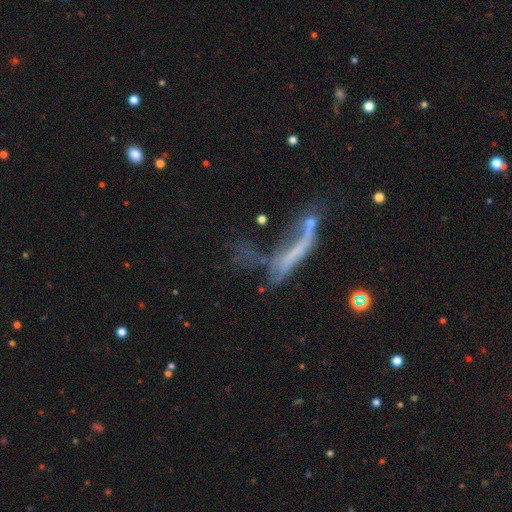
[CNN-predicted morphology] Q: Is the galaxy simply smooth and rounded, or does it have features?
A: featured or disk — 46%.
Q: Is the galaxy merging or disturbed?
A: major disturbance — 38%.